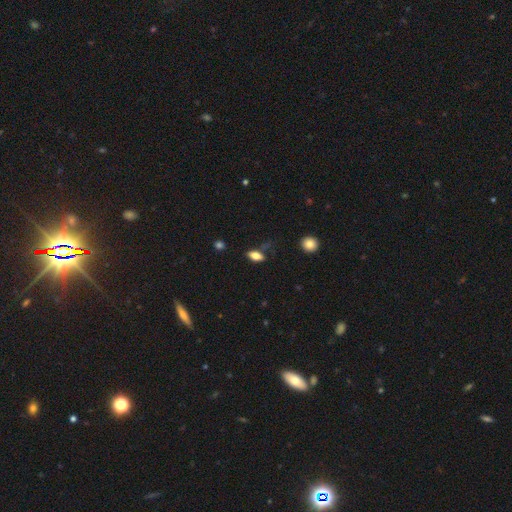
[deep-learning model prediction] Smooth or featured? smooth (75%)
How rounded? in between (82%)
Merging? none (68%)